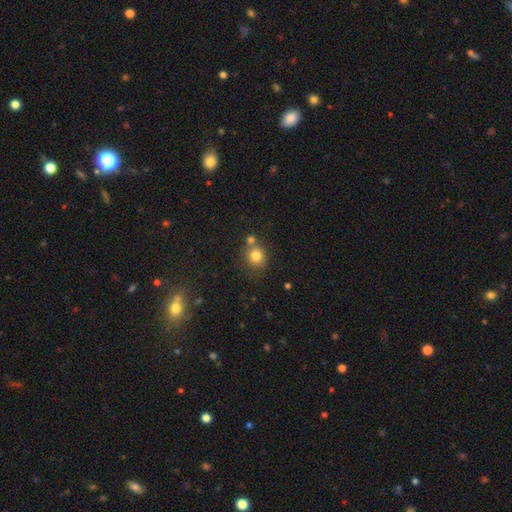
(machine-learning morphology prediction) This is likely a smooth galaxy (80%). How rounded: clearly round (86%). Merging: likely none (62%).